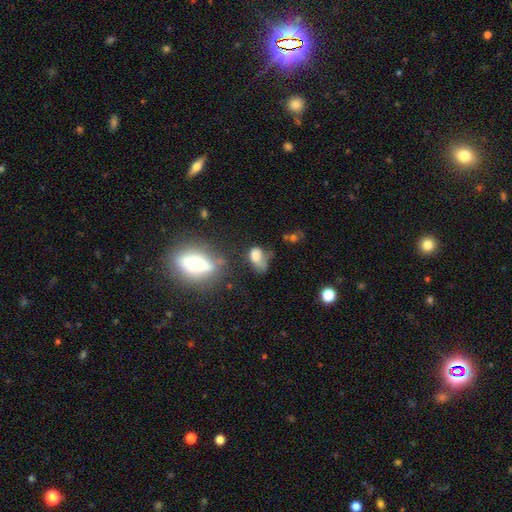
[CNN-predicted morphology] smooth 70%, featured or disk 18%, star or artifact 12%. Down the decision tree: how rounded — in between (82%); merging — major disturbance (29%).